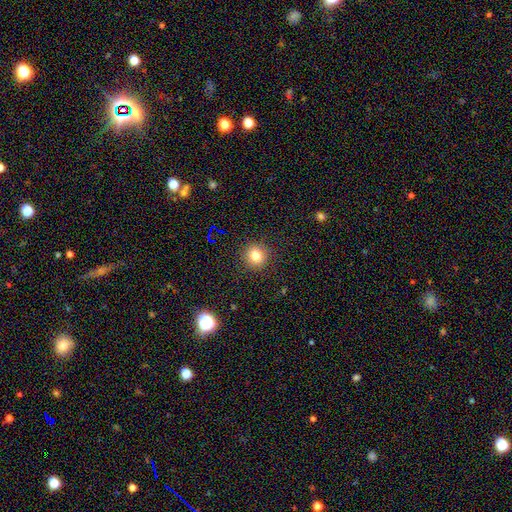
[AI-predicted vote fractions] Smooth or featured?
  - smooth: 78% *
  - star or artifact: 15%
  - featured or disk: 7%
How rounded?
  - round: 91% *
  - in between: 8%
  - cigar-shaped: 1%
Merging?
  - none: 90% *
  - minor disturbance: 6%
  - major disturbance: 2%
  - merger: 1%